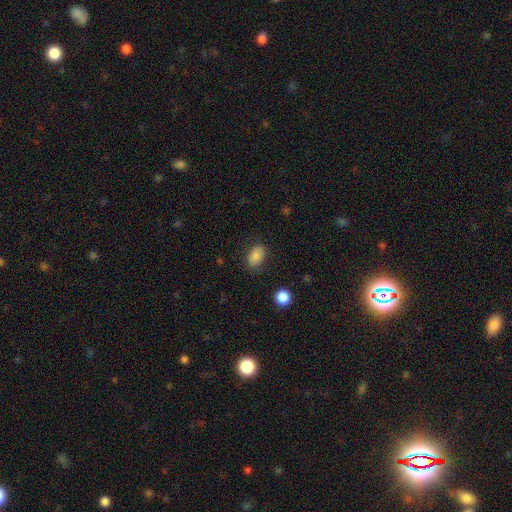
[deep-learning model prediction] Smooth or featured? smooth (85%)
How rounded? in between (85%)
Merging? none (81%)